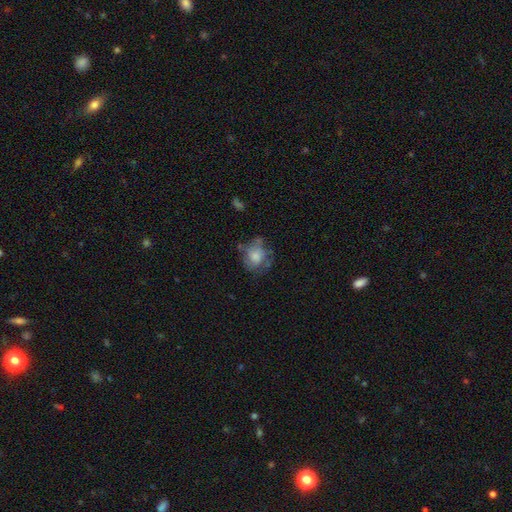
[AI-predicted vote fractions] smooth 59%, featured or disk 32%, star or artifact 9%. Down the decision tree: how rounded — round (63%); merging — none (48%).